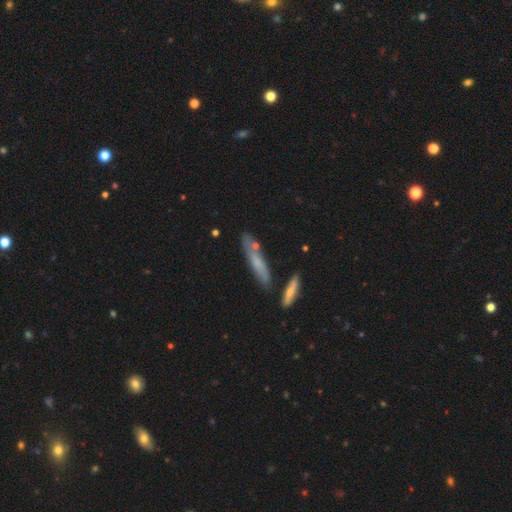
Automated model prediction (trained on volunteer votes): A featured or disk galaxy (46%). Merging: none (71%).